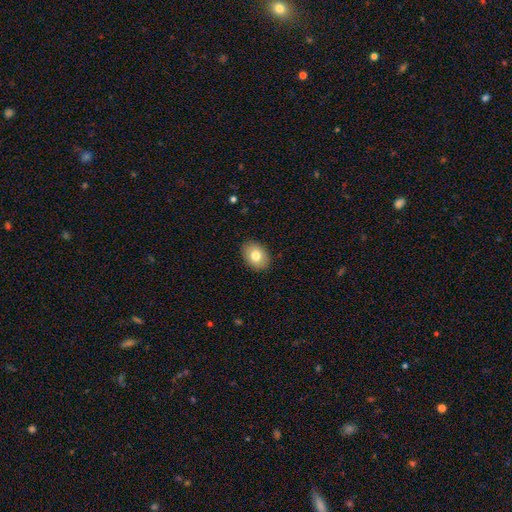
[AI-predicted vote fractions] Smooth or featured? Predicted: smooth (p=0.79). How rounded? Predicted: in between (p=0.73). Merging? Predicted: none (p=0.89).